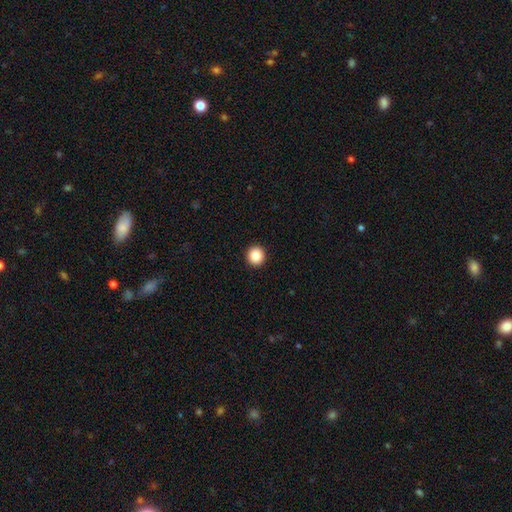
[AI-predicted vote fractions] This is clearly a smooth galaxy (86%). How rounded: clearly round (94%). Merging: clearly none (94%).